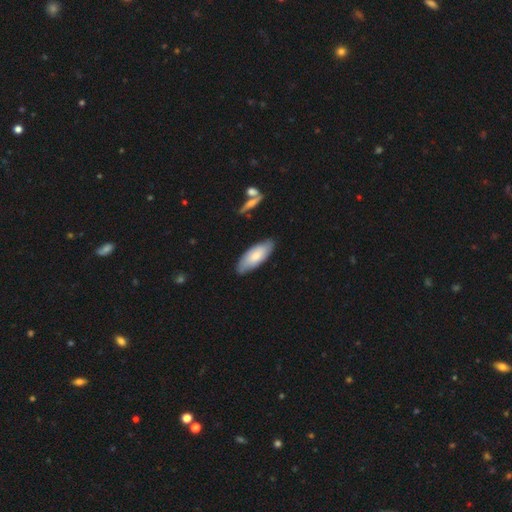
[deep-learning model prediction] This appears to be a smooth galaxy with no disk features (71%) that is in between round and cigar-shaped (79%). Merging: none (81%).